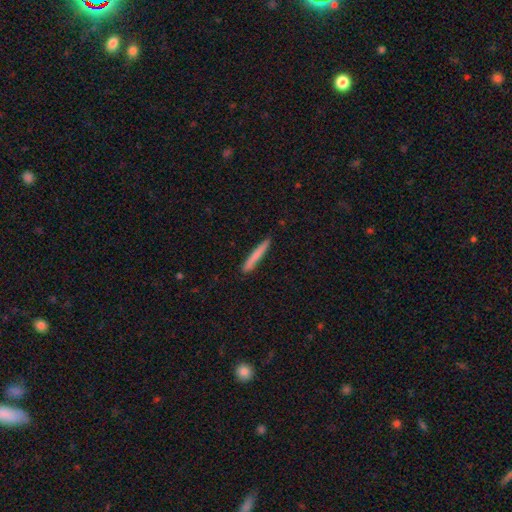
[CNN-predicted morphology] This appears to be a smooth galaxy with no disk features (76%) that is cigar-shaped (96%). Merging: none (89%).